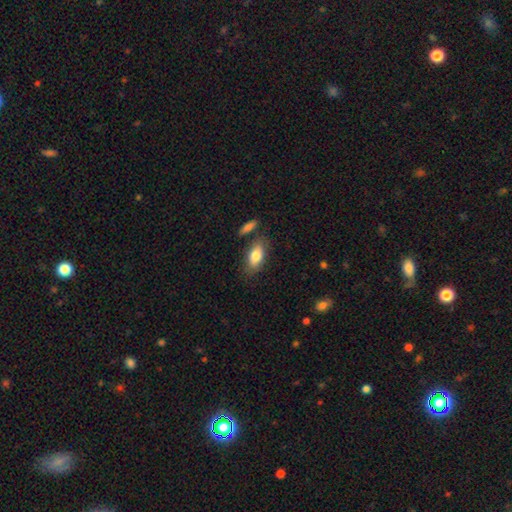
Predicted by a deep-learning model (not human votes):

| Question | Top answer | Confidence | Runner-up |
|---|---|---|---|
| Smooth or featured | smooth | 80% | featured or disk (14%) |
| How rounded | in between | 86% | cigar-shaped (10%) |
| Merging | none | 73% | minor disturbance (15%) |